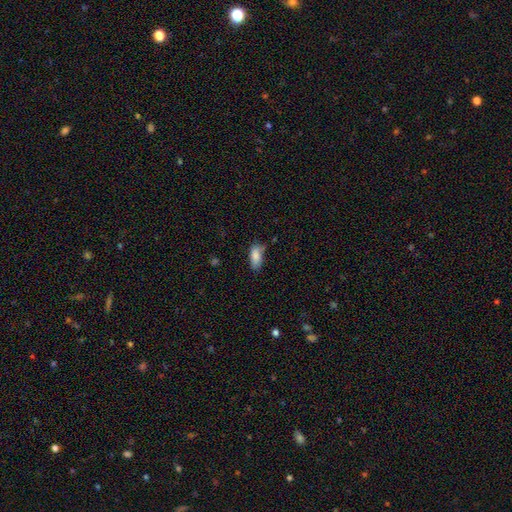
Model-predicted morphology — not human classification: Smooth or featured?
  - smooth: 84% *
  - featured or disk: 8%
  - star or artifact: 8%
How rounded?
  - in between: 87% *
  - cigar-shaped: 10%
  - round: 3%
Merging?
  - none: 58% *
  - minor disturbance: 31%
  - major disturbance: 7%
  - merger: 4%